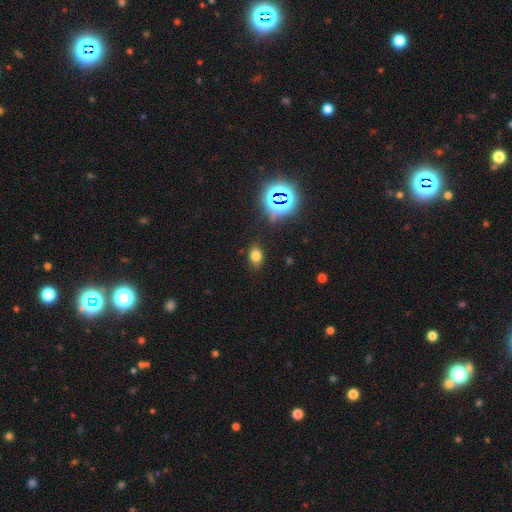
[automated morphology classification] Smooth or featured? smooth (70%)
How rounded? in between (72%)
Merging? none (83%)